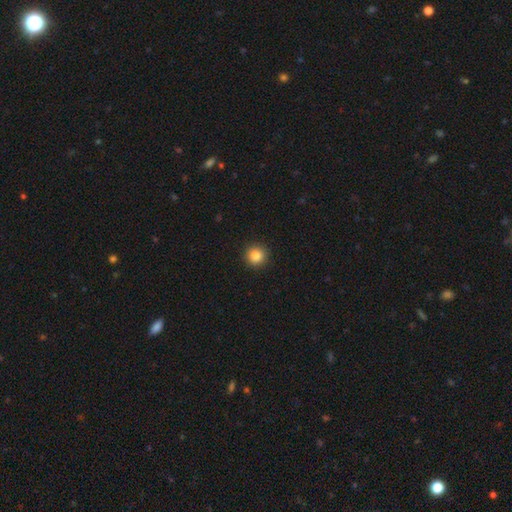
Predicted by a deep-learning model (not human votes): This appears to be a smooth galaxy with no disk features (85%) that is round (95%). Merging: none (93%).